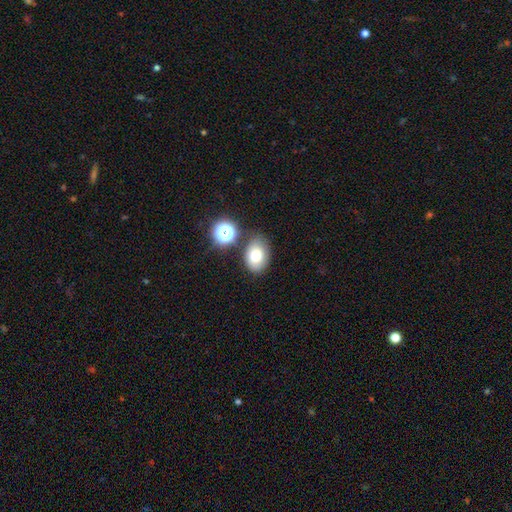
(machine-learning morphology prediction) type=smooth (78%); roundness=in between (79%); merging=none (73%).